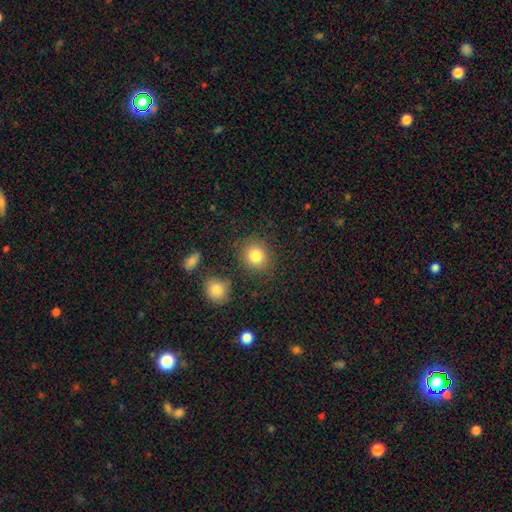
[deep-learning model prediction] The model was most divided on "how rounded": round: 75%, in between: 24%, cigar-shaped: 1%. More confident: smooth or featured — smooth (84%); merging — none (83%).